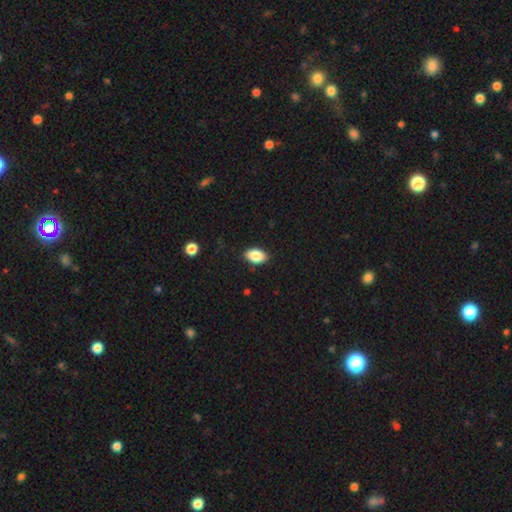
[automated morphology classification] Smooth or featured? smooth (87%)
How rounded? in between (90%)
Merging? none (86%)